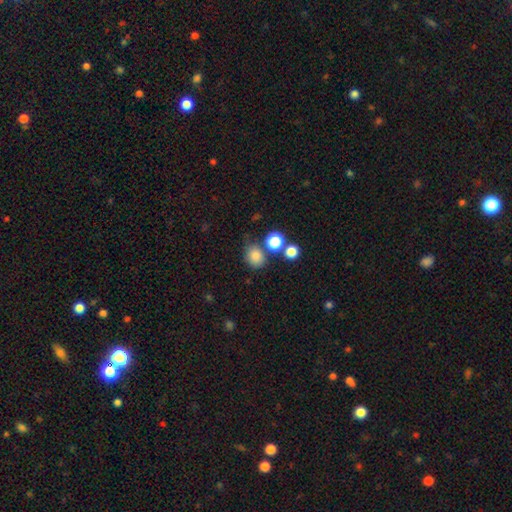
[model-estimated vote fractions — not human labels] This is clearly a smooth galaxy (82%). How rounded: likely round (69%). Merging: likely none (67%).